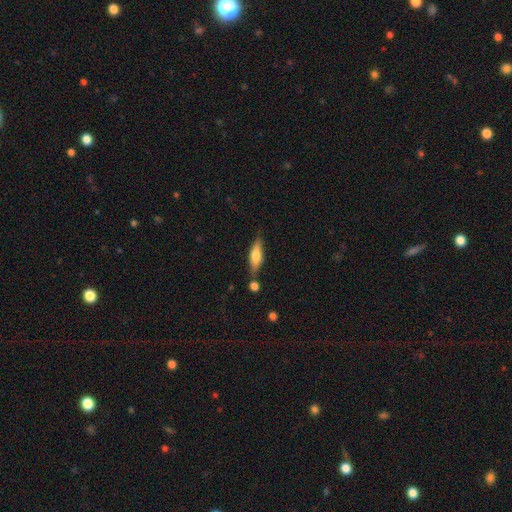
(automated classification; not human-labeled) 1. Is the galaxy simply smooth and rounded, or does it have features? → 60% smooth, 33% featured or disk, 6% star or artifact.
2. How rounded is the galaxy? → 56% cigar-shaped, 42% in between, 2% round.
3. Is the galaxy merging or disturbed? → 73% none, 15% minor disturbance, 8% merger, 4% major disturbance.